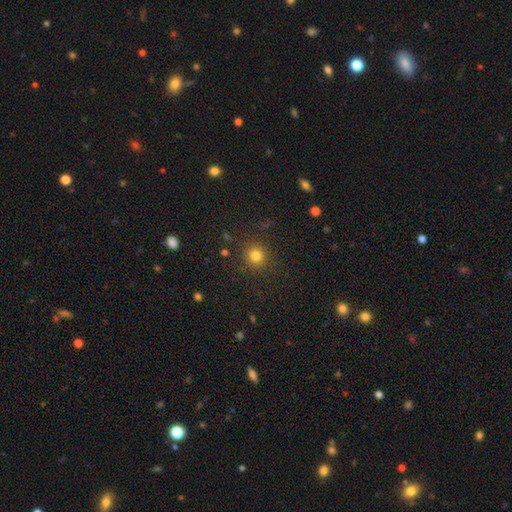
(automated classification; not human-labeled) smooth-or-featured: smooth: 80% | star or artifact: 14% | featured or disk: 5%
  how-rounded: round: 92% | in between: 7% | cigar-shaped: 1%
  merging: none: 88% | minor disturbance: 7% | major disturbance: 3% | merger: 2%